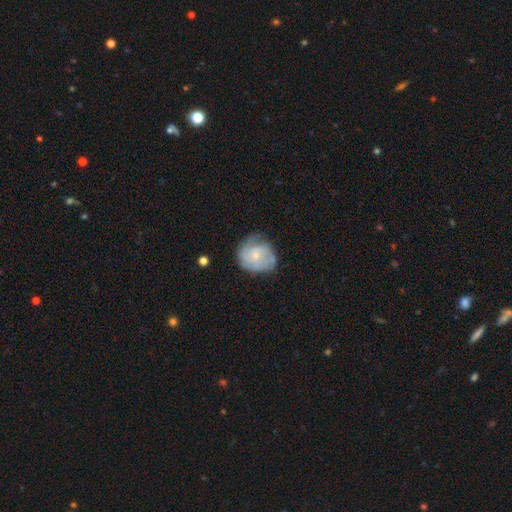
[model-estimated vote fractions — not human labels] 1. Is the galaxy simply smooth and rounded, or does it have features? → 61% featured or disk, 33% smooth, 7% star or artifact.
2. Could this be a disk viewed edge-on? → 98% no, 2% yes.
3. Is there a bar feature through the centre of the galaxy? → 71% no, 26% weak, 3% strong.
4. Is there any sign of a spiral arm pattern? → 86% yes, 14% no.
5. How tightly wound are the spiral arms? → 51% tight, 36% medium, 13% loose.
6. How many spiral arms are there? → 35% can't tell, 27% 2, 22% 3, 6% 1, 6% 4, 4% more than 4.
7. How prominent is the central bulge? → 63% small, 28% moderate, 6% none, 2% large, 1% dominant.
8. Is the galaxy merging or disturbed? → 60% none, 28% minor disturbance, 11% major disturbance, 2% merger.